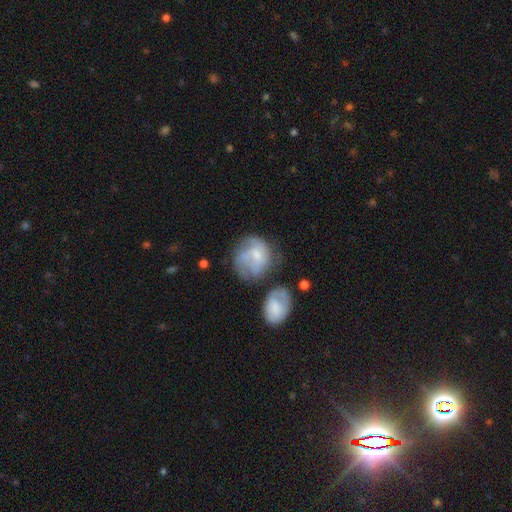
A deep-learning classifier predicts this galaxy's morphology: A featured or disk galaxy (47%). Merging: none (41%).